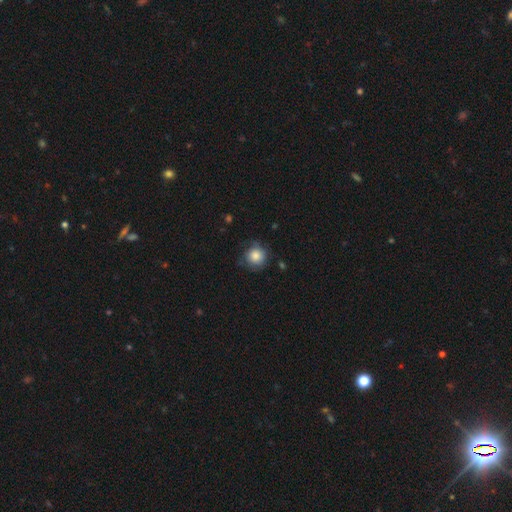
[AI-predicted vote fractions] Q: Smooth or featured?
A: smooth (79%); runner-up: featured or disk (13%)
Q: How rounded?
A: round (91%); runner-up: in between (8%)
Q: Merging?
A: none (68%); runner-up: minor disturbance (22%)